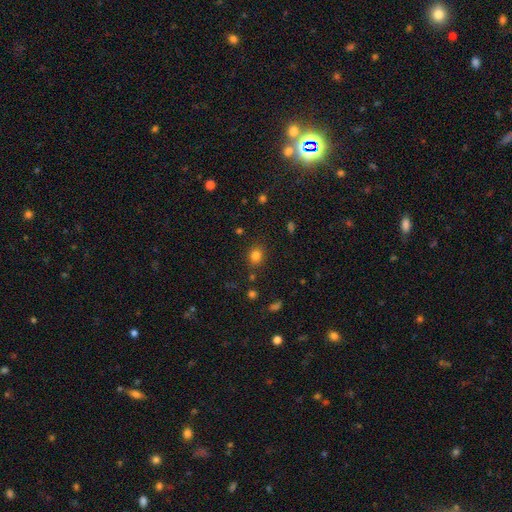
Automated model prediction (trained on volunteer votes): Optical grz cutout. It shows a smooth galaxy with no disk features (81%) that is round (64%). Merging: none (82%).